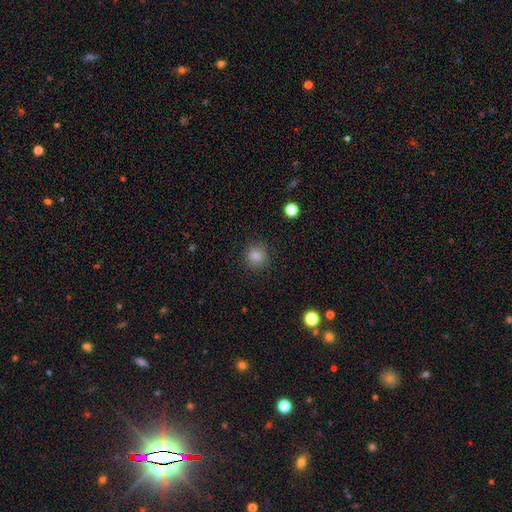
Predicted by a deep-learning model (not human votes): Overall: smooth (82%). How rounded: round (90%). Merging: none (90%).